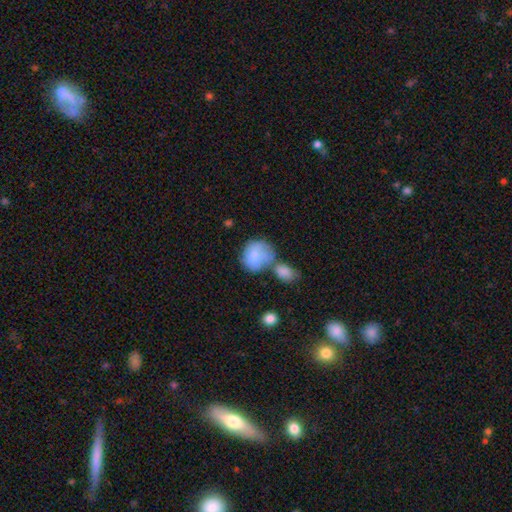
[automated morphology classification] Smooth or featured?
  - smooth: 78% *
  - featured or disk: 16%
  - star or artifact: 7%
How rounded?
  - round: 64% *
  - in between: 35%
  - cigar-shaped: 1%
Merging?
  - merger: 38% *
  - none: 32%
  - minor disturbance: 19%
  - major disturbance: 12%